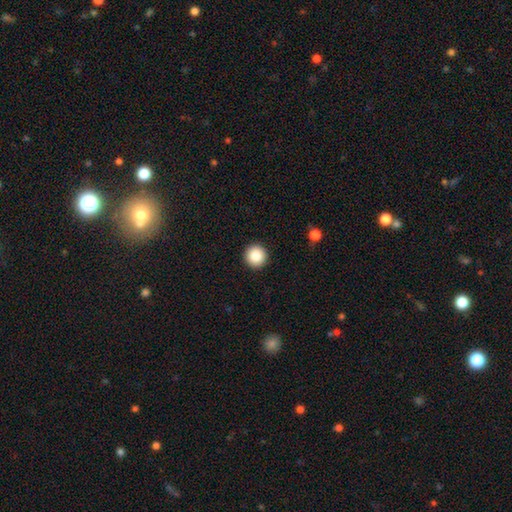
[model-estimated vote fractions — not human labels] Smooth or featured? Predicted: smooth (p=0.87). How rounded? Predicted: round (p=0.96). Merging? Predicted: none (p=0.93).